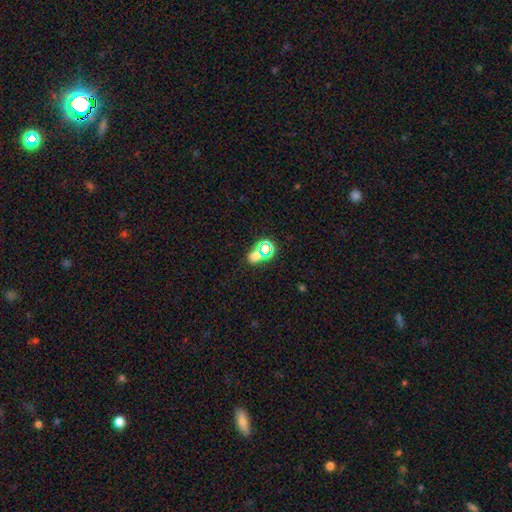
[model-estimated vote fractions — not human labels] smooth-or-featured: star or artifact: 48% | smooth: 43% | featured or disk: 9%